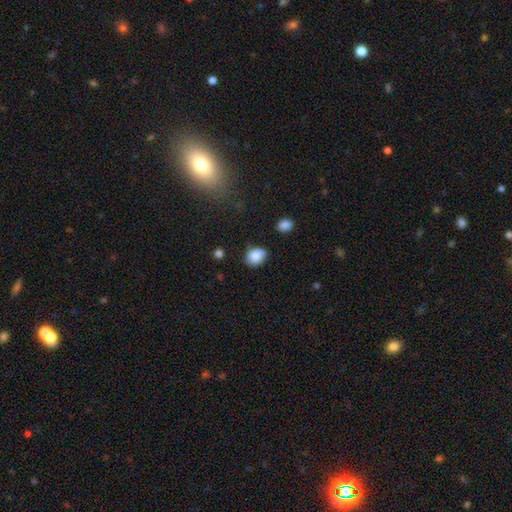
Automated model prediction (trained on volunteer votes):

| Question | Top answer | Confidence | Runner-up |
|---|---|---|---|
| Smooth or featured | smooth | 81% | featured or disk (10%) |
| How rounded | in between | 52% | round (47%) |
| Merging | none | 68% | minor disturbance (25%) |